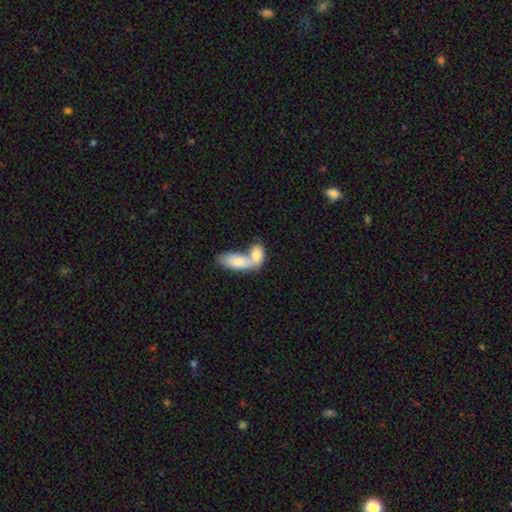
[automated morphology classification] type=smooth (74%); roundness=in between (82%); merging=merger (74%).